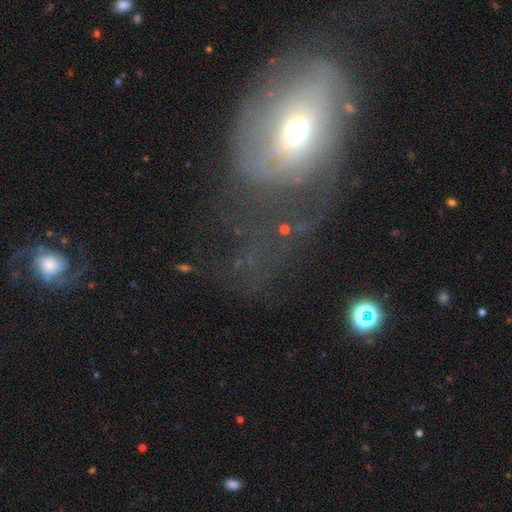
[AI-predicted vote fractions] featured or disk 47%, smooth 35%, star or artifact 17%. Down the decision tree: merging — major disturbance (44%).